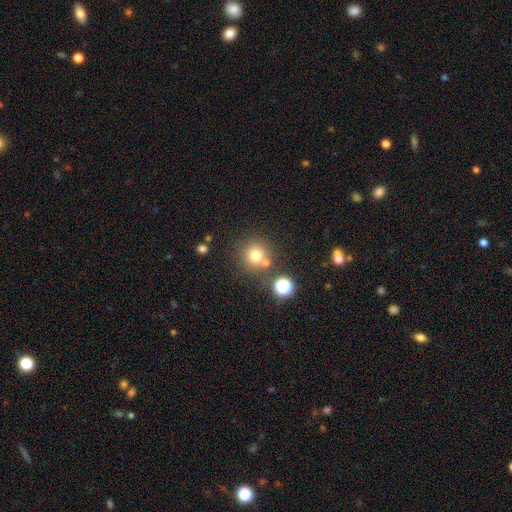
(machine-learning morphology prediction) This is likely a smooth galaxy (73%). How rounded: clearly round (93%). Merging: likely none (70%).